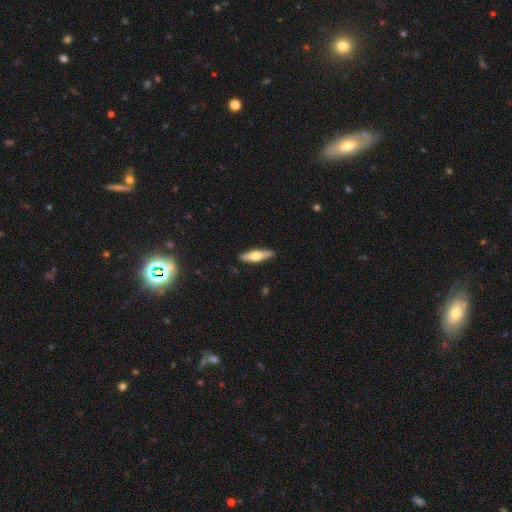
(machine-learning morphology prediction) featured or disk 55%, smooth 40%, star or artifact 5%. Down the decision tree: edge-on disk — yes (94%); edge-on bulge — rounded (94%); merging — none (90%).